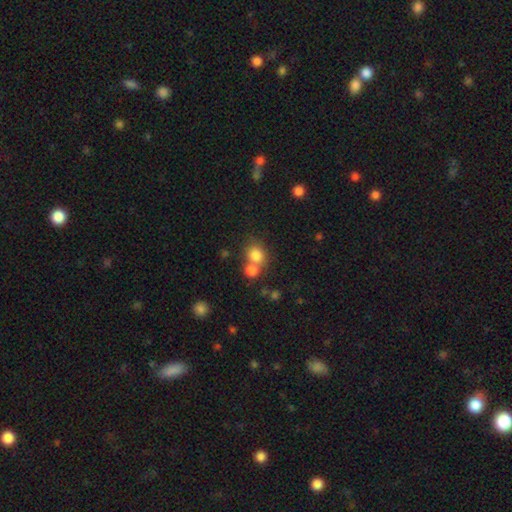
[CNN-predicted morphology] Smooth or featured: smooth — 80% (star or artifact — 12%)
How rounded: round — 75% (in between — 24%)
Merging: none — 47% (merger — 41%)